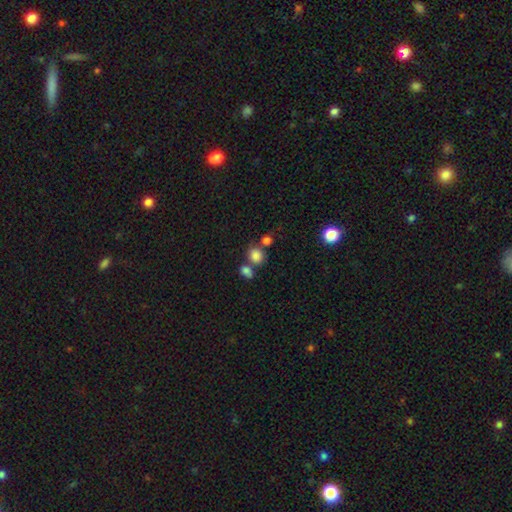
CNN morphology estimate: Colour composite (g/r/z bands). It shows a smooth galaxy with no disk features (82%) that is round (70%). Merging: none (54%).